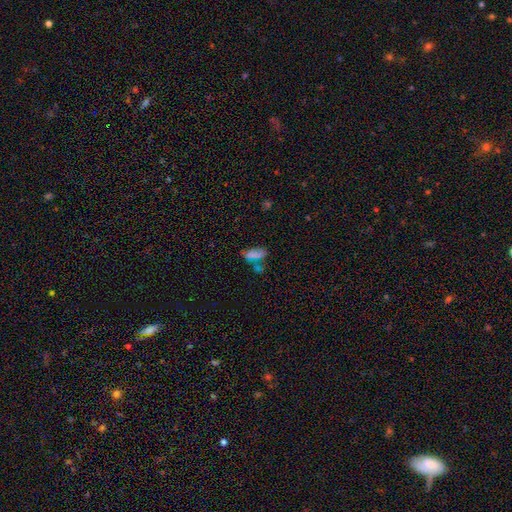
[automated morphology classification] Smooth or featured?
  - smooth: 66% *
  - star or artifact: 20%
  - featured or disk: 14%
How rounded?
  - in between: 72% *
  - cigar-shaped: 23%
  - round: 5%
Merging?
  - none: 39% *
  - merger: 32%
  - minor disturbance: 17%
  - major disturbance: 12%